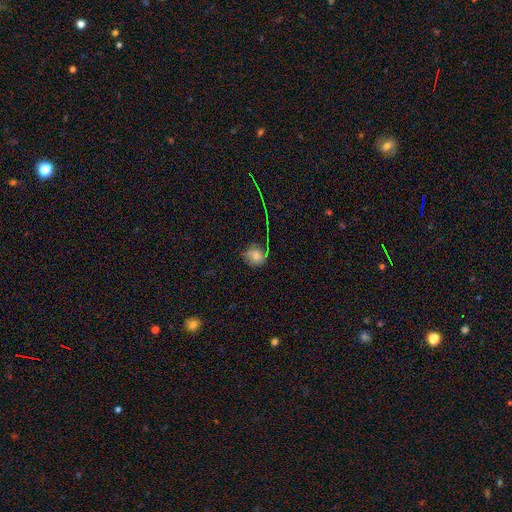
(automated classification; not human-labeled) Smooth or featured: smooth — 57% (featured or disk — 27%)
How rounded: round — 73% (in between — 25%)
Merging: none — 61% (minor disturbance — 25%)